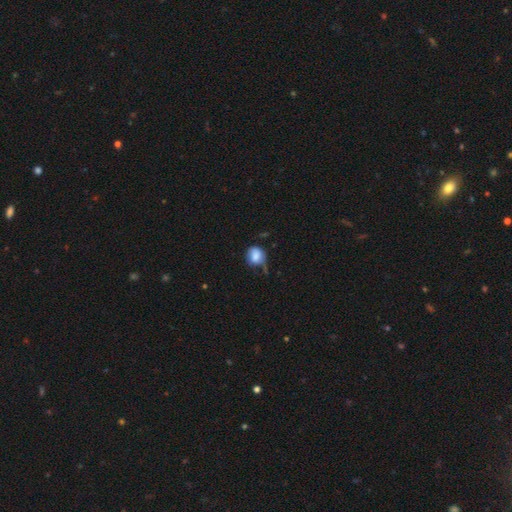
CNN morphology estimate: smooth_or_featured: smooth (p=0.80) [alt: featured or disk p=0.11]
how_rounded: round (p=0.67) [alt: in between p=0.32]
merging: none (p=0.48) [alt: minor disturbance p=0.34]